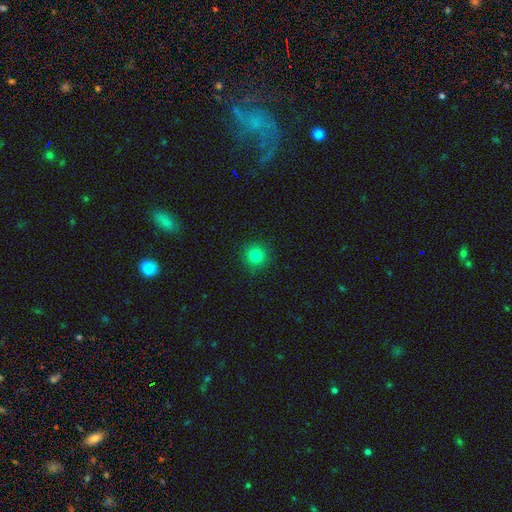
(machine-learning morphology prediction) A smooth galaxy with no disk features (83%) that is round (94%).

Vote fractions:
- Smooth or featured? smooth: 83% / star or artifact: 13% / featured or disk: 5%
- How rounded? round: 94% / in between: 5% / cigar-shaped: 1%
- Merging? none: 91% / minor disturbance: 6% / major disturbance: 2% / merger: 1%